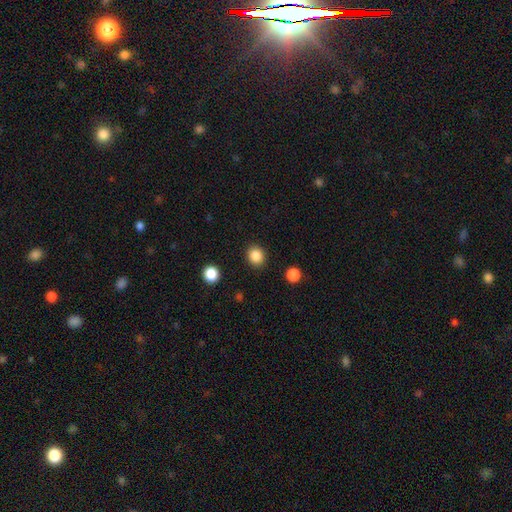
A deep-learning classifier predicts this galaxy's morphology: smooth_or_featured: smooth (p=0.86) [alt: star or artifact p=0.11]
how_rounded: round (p=0.79) [alt: in between p=0.20]
merging: none (p=0.90) [alt: minor disturbance p=0.06]